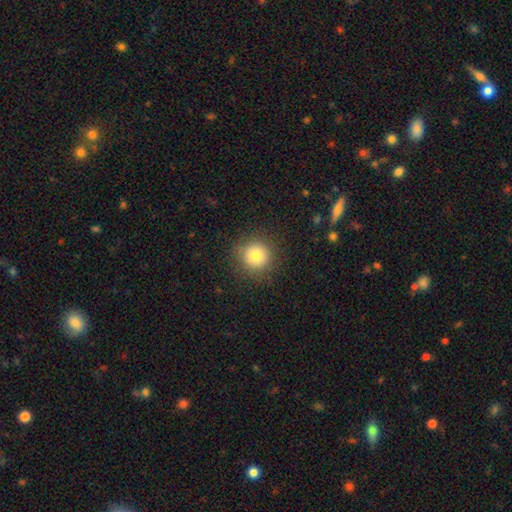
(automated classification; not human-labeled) A smooth galaxy with no disk features (80%) that is round (94%).

Vote fractions:
- Smooth or featured? smooth: 80% / star or artifact: 12% / featured or disk: 8%
- How rounded? round: 94% / in between: 5% / cigar-shaped: 1%
- Merging? none: 88% / minor disturbance: 8% / major disturbance: 3% / merger: 1%